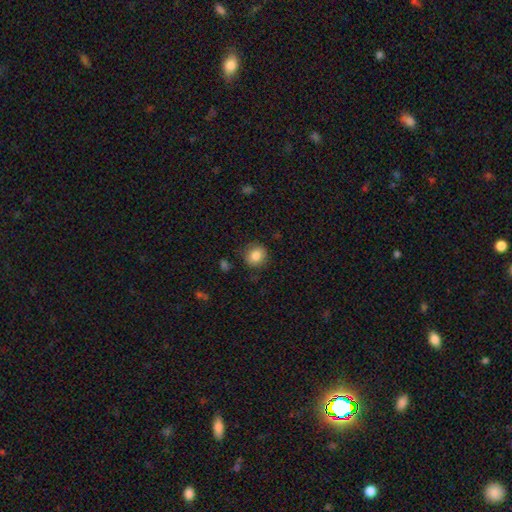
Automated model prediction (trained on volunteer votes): Smooth or featured? smooth (84%)
How rounded? round (77%)
Merging? none (82%)